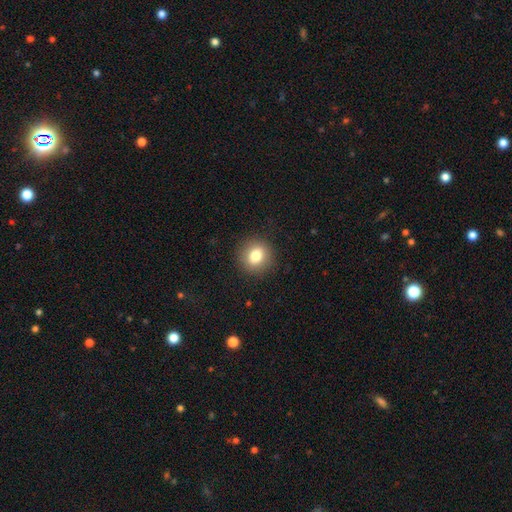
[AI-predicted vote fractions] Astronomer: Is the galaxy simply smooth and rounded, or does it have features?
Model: smooth — 80%.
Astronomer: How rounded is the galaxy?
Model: round — 80%.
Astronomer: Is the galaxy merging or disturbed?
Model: none — 90%.